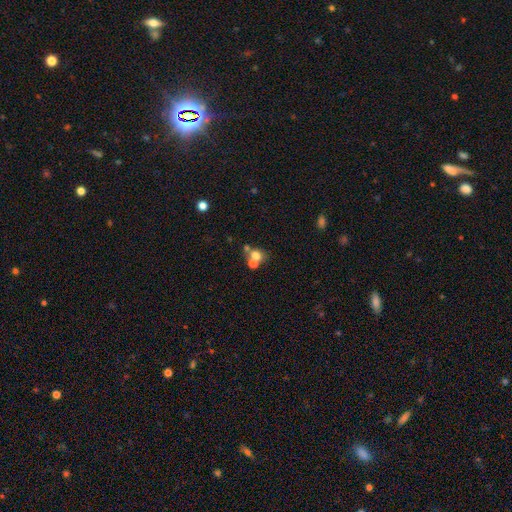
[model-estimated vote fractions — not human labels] smooth-or-featured: smooth: 68% | featured or disk: 17% | star or artifact: 15%
  how-rounded: round: 60% | in between: 39% | cigar-shaped: 1%
  merging: merger: 49% | none: 37% | minor disturbance: 8% | major disturbance: 5%